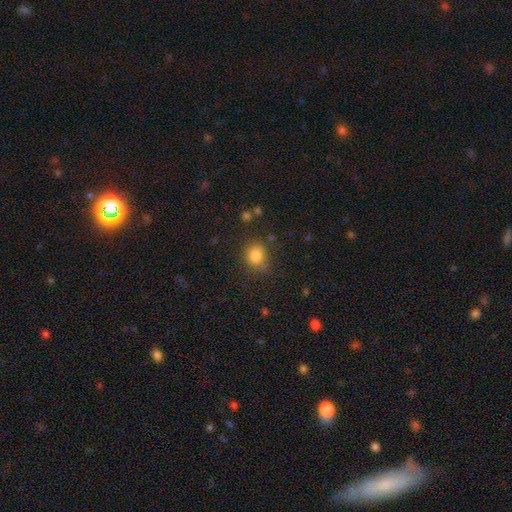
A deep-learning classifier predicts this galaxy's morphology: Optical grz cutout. It shows a smooth galaxy with no disk features (82%) that is round (69%). Merging: none (74%).